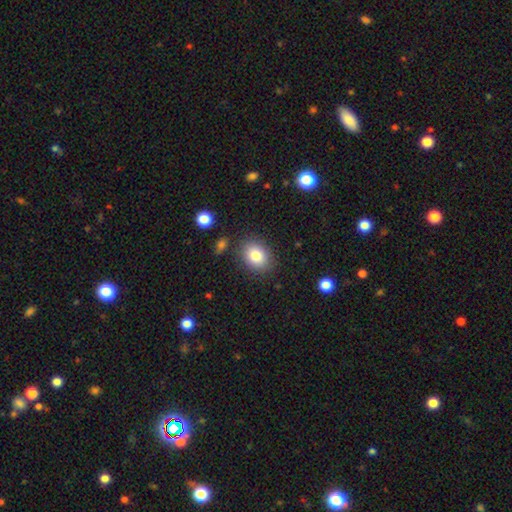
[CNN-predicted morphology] Overall: smooth (83%). How rounded: in between (64%; round 35%). Merging: none (84%).